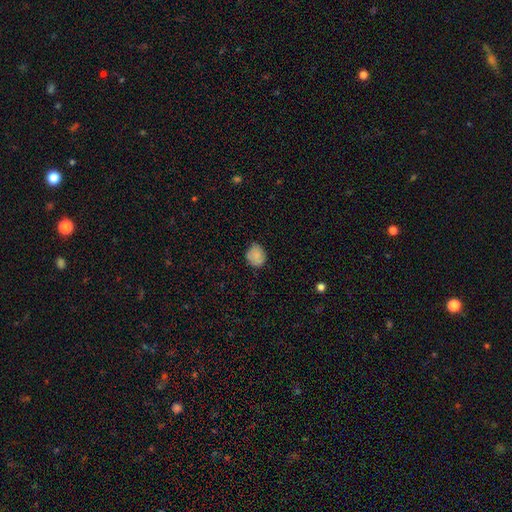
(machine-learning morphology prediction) A smooth galaxy with no disk features (82%) that is round (68%). Merging: none (70%).